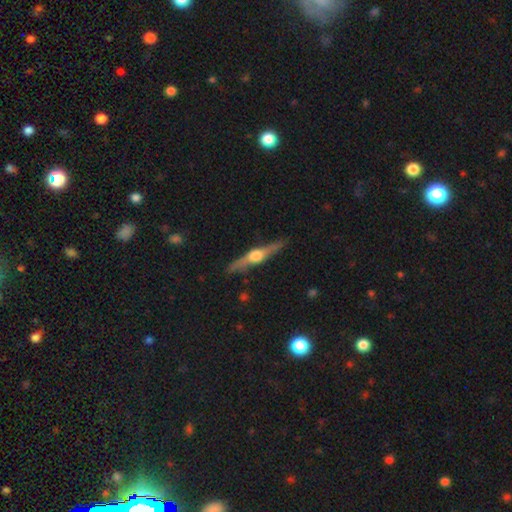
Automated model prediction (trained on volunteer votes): A featured or disk galaxy (78%) viewed edge-on (98%) with a rounded central bulge (95%).

Vote fractions:
- Smooth or featured? featured or disk: 78% / smooth: 17% / star or artifact: 5%
- Edge-on disk? yes: 98% / no: 2%
- Edge-on bulge? rounded: 95% / boxy: 3% / none: 2%
- Merging? none: 89% / minor disturbance: 8% / major disturbance: 2% / merger: 1%